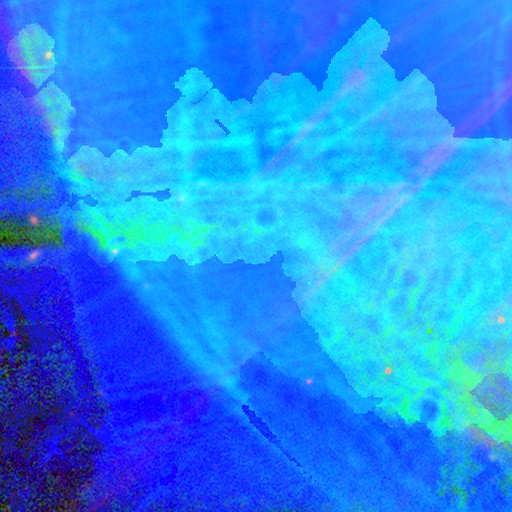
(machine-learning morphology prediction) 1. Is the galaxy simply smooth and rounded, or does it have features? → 87% star or artifact, 8% featured or disk, 6% smooth.